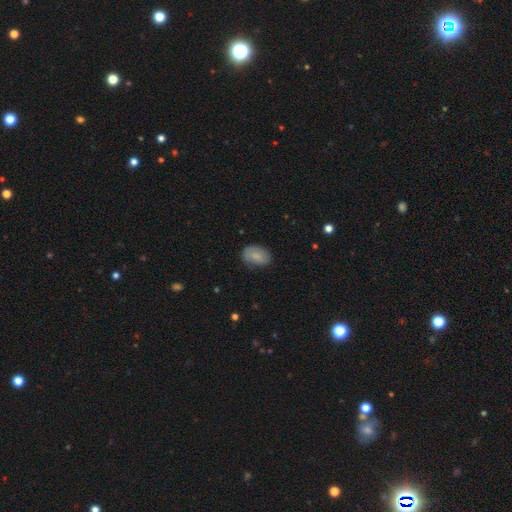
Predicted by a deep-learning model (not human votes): Smooth or featured? Predicted: smooth (p=0.76). How rounded? Predicted: in between (p=0.85). Merging? Predicted: none (p=0.72).